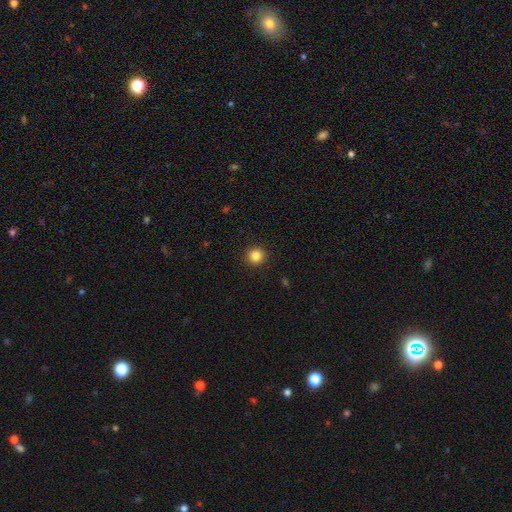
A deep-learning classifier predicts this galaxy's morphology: The model was most divided on "smooth or featured": smooth: 84%, star or artifact: 12%, featured or disk: 4%. More confident: how rounded — round (94%); merging — none (93%).